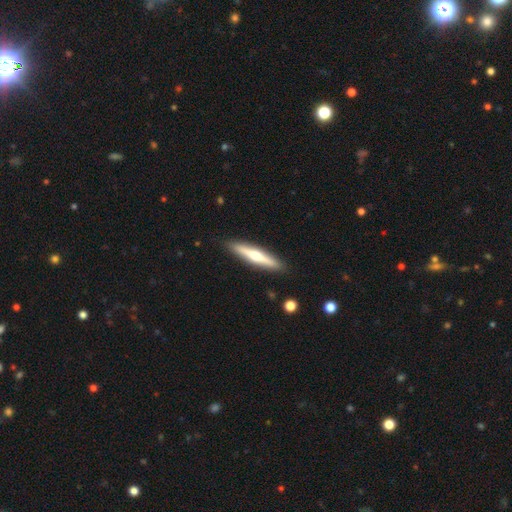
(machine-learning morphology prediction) smooth-or-featured: featured or disk: 54% | smooth: 41% | star or artifact: 5%
  disk-edge-on: yes: 95% | no: 5%
    edge-on-bulge: rounded: 86% | none: 10% | boxy: 4%
  merging: none: 90% | minor disturbance: 7% | major disturbance: 2% | merger: 1%